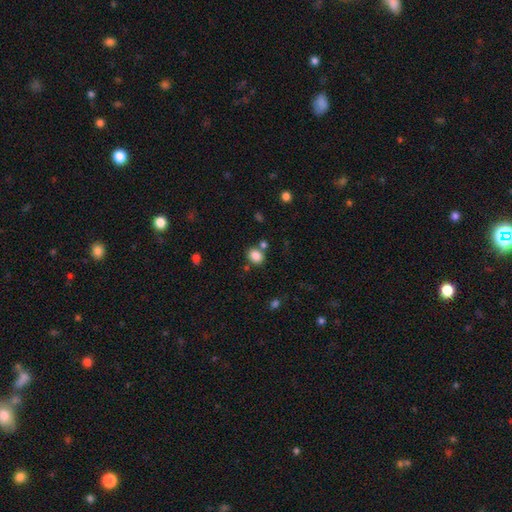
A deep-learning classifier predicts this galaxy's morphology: type=smooth (85%); roundness=in between (57%); merging=none (69%).